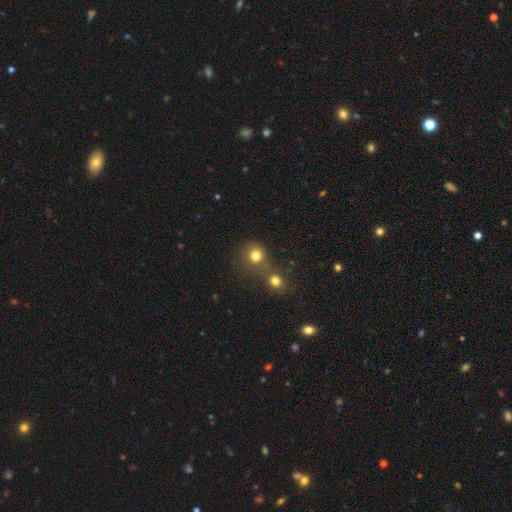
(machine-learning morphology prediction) Smooth or featured? smooth (77%)
How rounded? round (87%)
Merging? none (52%)